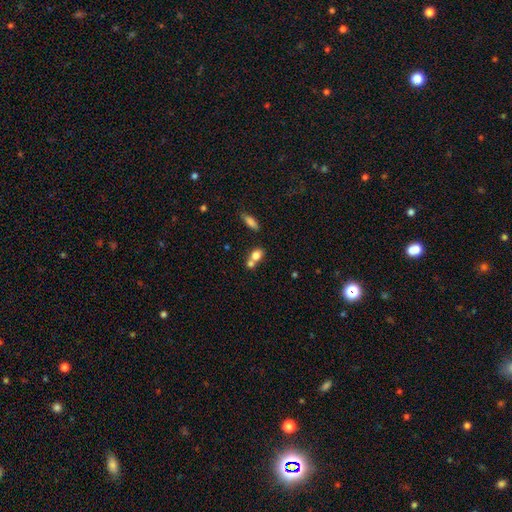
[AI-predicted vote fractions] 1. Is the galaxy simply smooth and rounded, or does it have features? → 77% smooth, 13% featured or disk, 10% star or artifact.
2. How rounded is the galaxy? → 57% in between, 39% round, 4% cigar-shaped.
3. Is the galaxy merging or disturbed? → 54% merger, 35% none, 8% minor disturbance, 3% major disturbance.